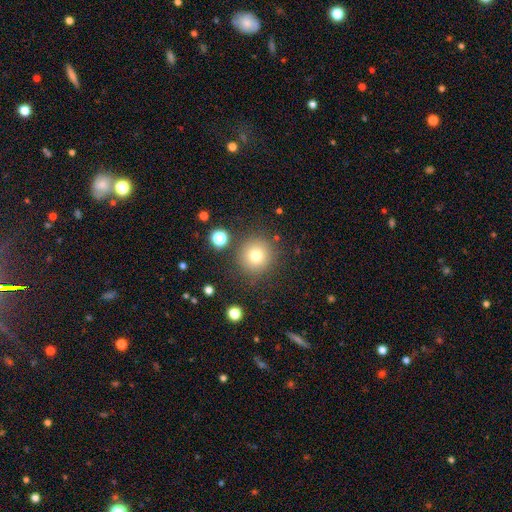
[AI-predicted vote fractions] A smooth galaxy with no disk features (77%) that is round (94%).

Vote fractions:
- Smooth or featured? smooth: 77% / star or artifact: 14% / featured or disk: 10%
- How rounded? round: 94% / in between: 5% / cigar-shaped: 1%
- Merging? none: 84% / minor disturbance: 8% / merger: 4% / major disturbance: 3%